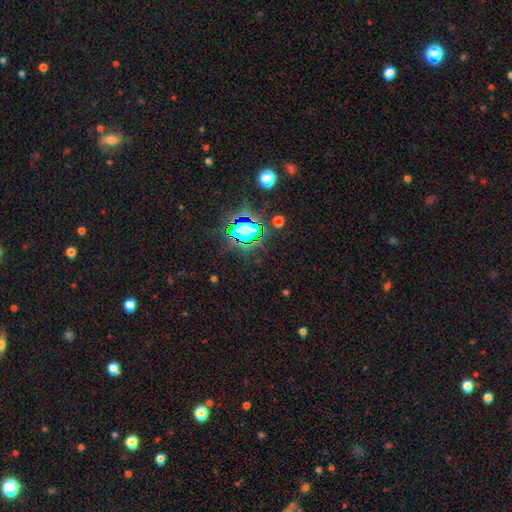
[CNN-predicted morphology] This is clearly a star or artifact rather than a galaxy (81%).